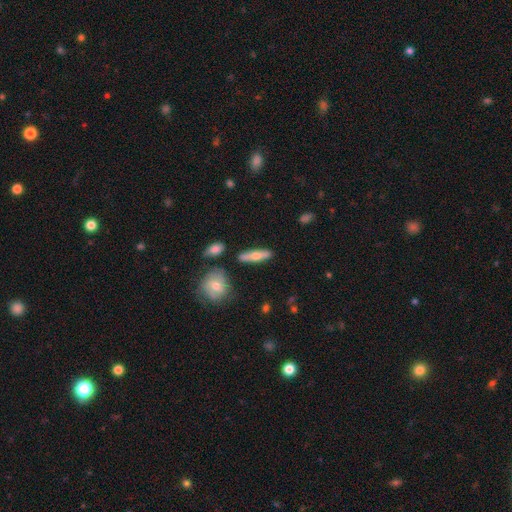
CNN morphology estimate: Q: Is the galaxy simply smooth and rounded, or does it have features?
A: smooth — 52%.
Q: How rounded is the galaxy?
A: cigar-shaped — 70%.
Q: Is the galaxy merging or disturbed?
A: none — 83%.